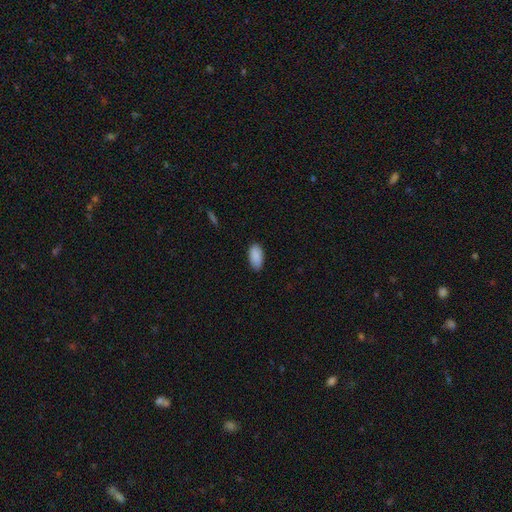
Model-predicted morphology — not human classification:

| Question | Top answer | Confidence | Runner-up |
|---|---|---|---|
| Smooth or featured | smooth | 90% | star or artifact (6%) |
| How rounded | in between | 94% | cigar-shaped (4%) |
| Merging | none | 85% | minor disturbance (12%) |